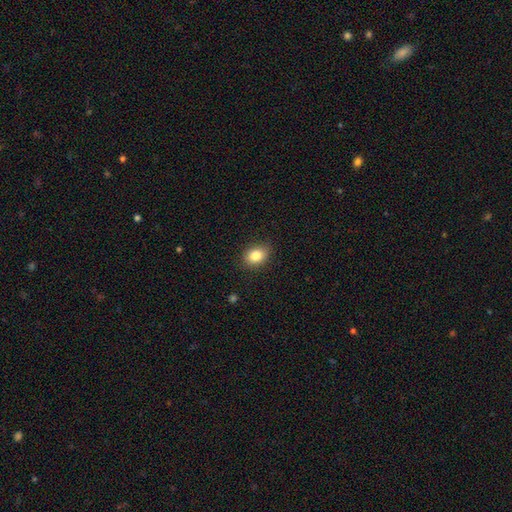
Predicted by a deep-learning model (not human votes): smooth_or_featured: smooth (p=0.84) [alt: star or artifact p=0.09]
how_rounded: in between (p=0.65) [alt: round p=0.34]
merging: none (p=0.85) [alt: minor disturbance p=0.12]